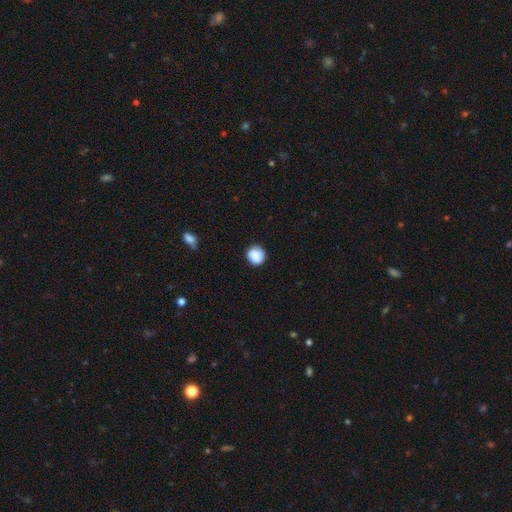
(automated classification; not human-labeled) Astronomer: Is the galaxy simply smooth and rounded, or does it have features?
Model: smooth — 87%.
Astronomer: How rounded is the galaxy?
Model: round — 90%.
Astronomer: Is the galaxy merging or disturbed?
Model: none — 84%.